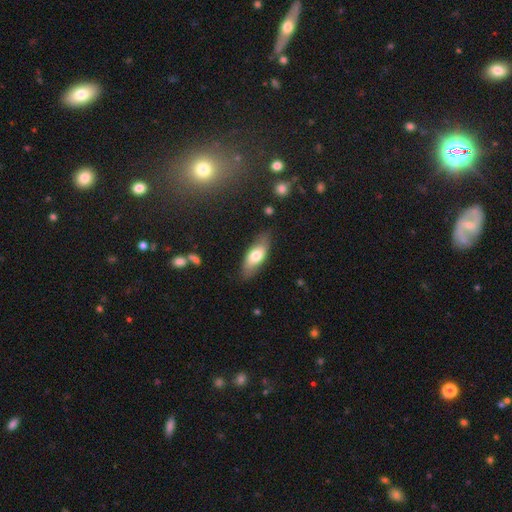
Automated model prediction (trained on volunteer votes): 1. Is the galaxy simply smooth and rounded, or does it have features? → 66% smooth, 28% featured or disk, 6% star or artifact.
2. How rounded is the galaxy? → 77% in between, 21% cigar-shaped, 2% round.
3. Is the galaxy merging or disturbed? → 78% none, 17% minor disturbance, 4% major disturbance, 2% merger.